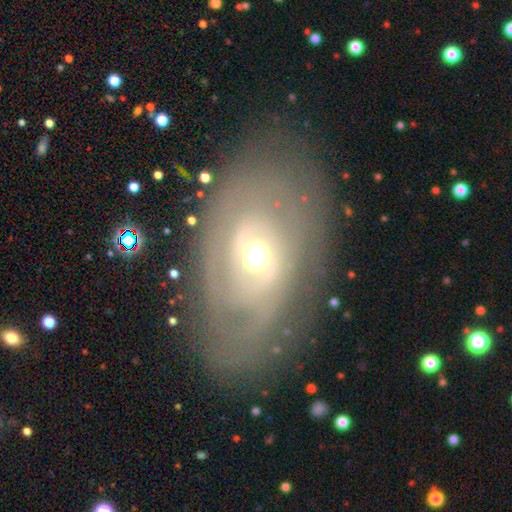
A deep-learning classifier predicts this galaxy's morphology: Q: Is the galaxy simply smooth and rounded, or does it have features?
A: featured or disk — 72%.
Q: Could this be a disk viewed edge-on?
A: no — 92%.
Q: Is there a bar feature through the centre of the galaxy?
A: no — 72%.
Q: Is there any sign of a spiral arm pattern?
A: yes — 56%.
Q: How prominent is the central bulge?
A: moderate — 67%.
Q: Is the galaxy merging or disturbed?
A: none — 75%.